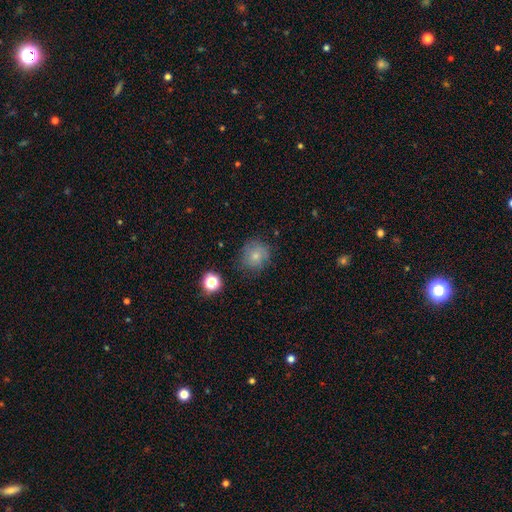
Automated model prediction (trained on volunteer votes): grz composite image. It shows a smooth galaxy with no disk features (71%) that is round (84%). Merging: none (74%).